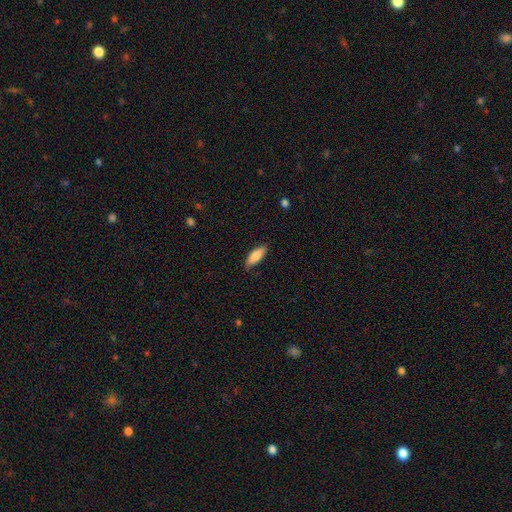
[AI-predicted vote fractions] Smooth or featured? smooth (85%)
How rounded? in between (67%)
Merging? none (81%)